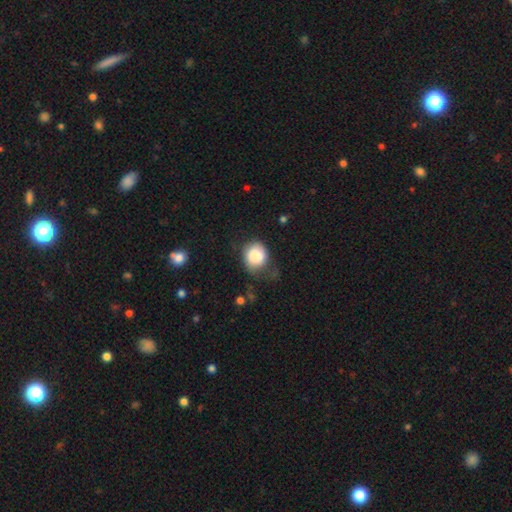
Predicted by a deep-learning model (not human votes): Q: Smooth or featured?
A: smooth (82%); runner-up: featured or disk (10%)
Q: How rounded?
A: round (69%); runner-up: in between (30%)
Q: Merging?
A: none (40%); runner-up: minor disturbance (34%)